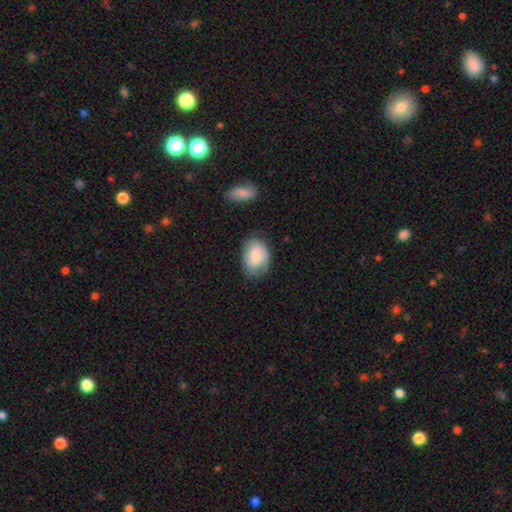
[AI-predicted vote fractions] smooth 70%, featured or disk 23%, star or artifact 7%. Down the decision tree: how rounded — in between (76%); merging — none (67%).